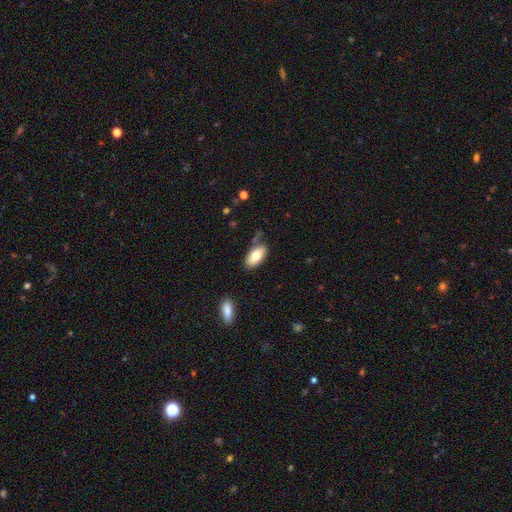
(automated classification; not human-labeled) Smooth or featured: smooth — 77% (featured or disk — 16%)
How rounded: in between — 94% (cigar-shaped — 4%)
Merging: none — 68% (minor disturbance — 21%)